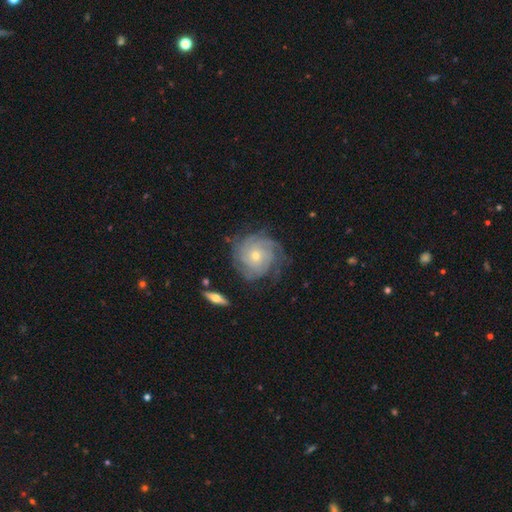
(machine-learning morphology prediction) This appears to be a featured or disk galaxy (81%) with no bar (80%), tight (75%) spiral arms (95%) and a small central bulge (60%). Merging: none (73%).